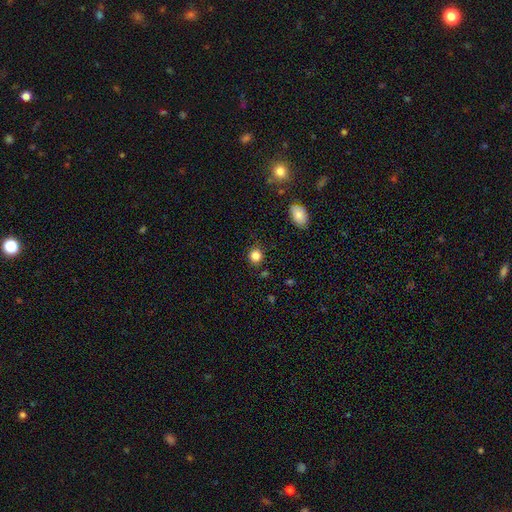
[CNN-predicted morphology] type=smooth (84%); roundness=round (84%); merging=none (86%).